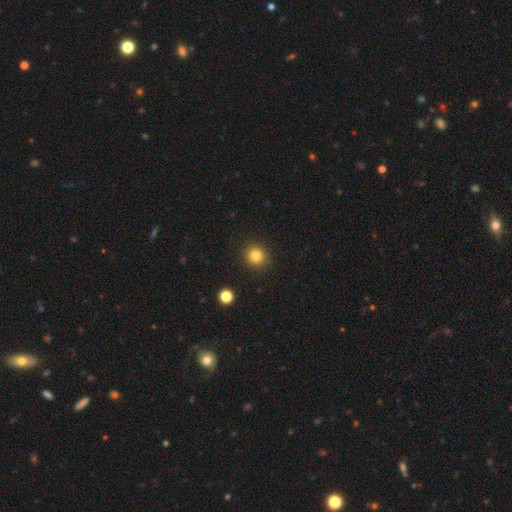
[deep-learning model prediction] smooth_or_featured: smooth (p=0.84) [alt: star or artifact p=0.11]
how_rounded: round (p=0.91) [alt: in between p=0.08]
merging: none (p=0.91) [alt: minor disturbance p=0.06]